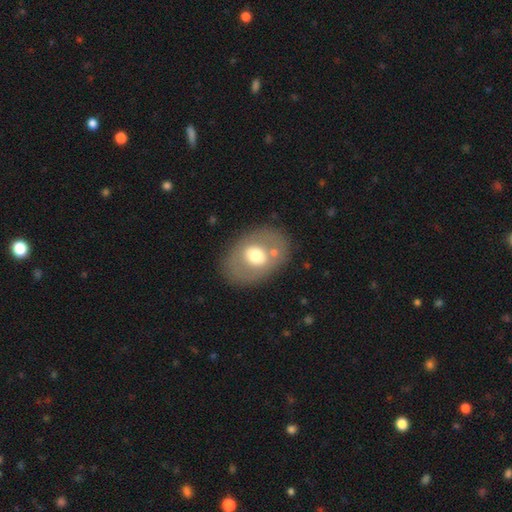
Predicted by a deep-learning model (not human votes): Q: Smooth or featured?
A: smooth (56%); runner-up: featured or disk (36%)
Q: How rounded?
A: in between (71%); runner-up: round (28%)
Q: Merging?
A: none (76%); runner-up: minor disturbance (13%)